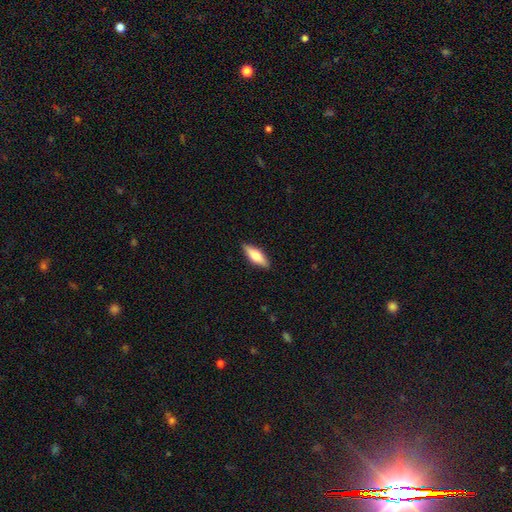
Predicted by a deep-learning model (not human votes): Smooth or featured: smooth — 65% (featured or disk — 29%)
How rounded: in between — 52% (cigar-shaped — 46%)
Merging: none — 88% (minor disturbance — 9%)